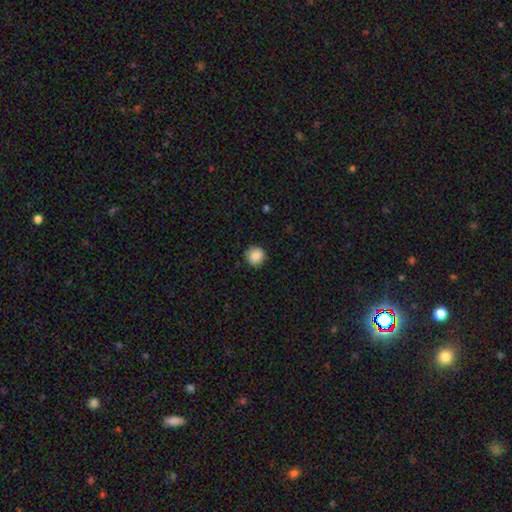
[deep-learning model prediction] This appears to be a smooth galaxy with no disk features (88%) that is round (90%). Merging: none (85%).